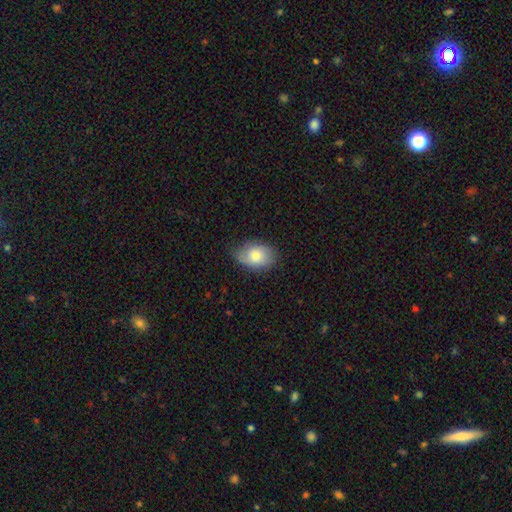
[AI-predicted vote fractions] Overall: smooth (73%). How rounded: in between (81%). Merging: none (70%).